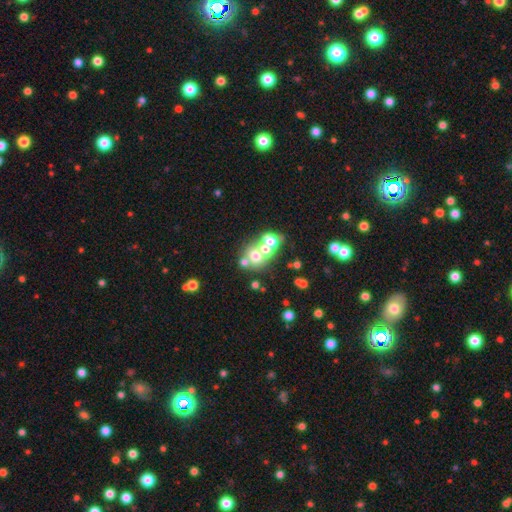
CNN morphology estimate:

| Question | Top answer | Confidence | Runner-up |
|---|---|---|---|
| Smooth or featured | smooth | 55% | featured or disk (23%) |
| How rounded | round | 77% | in between (22%) |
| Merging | merger | 45% | none (42%) |